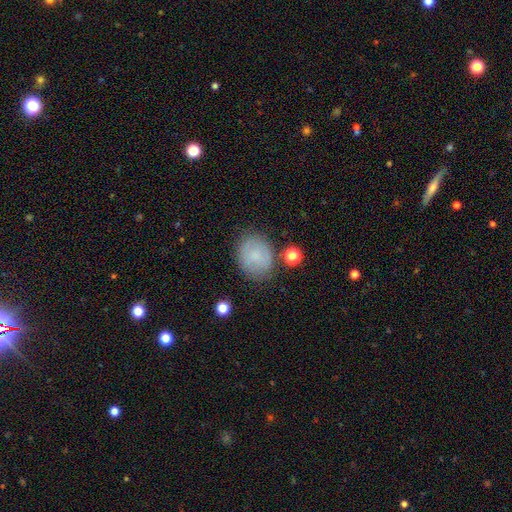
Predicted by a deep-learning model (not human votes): A smooth galaxy with no disk features (74%) that is round (53%).

Vote fractions:
- Smooth or featured? smooth: 74% / featured or disk: 17% / star or artifact: 9%
- How rounded? round: 53% / in between: 45% / cigar-shaped: 1%
- Merging? none: 75% / minor disturbance: 16% / major disturbance: 5% / merger: 4%